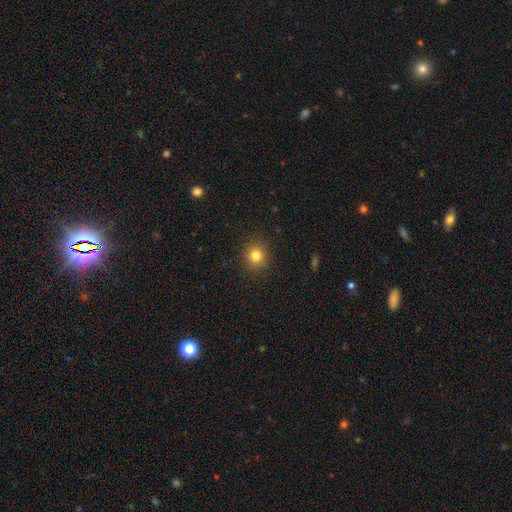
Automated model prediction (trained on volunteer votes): A smooth galaxy with no disk features (81%) that is round (86%). Merging: none (89%).